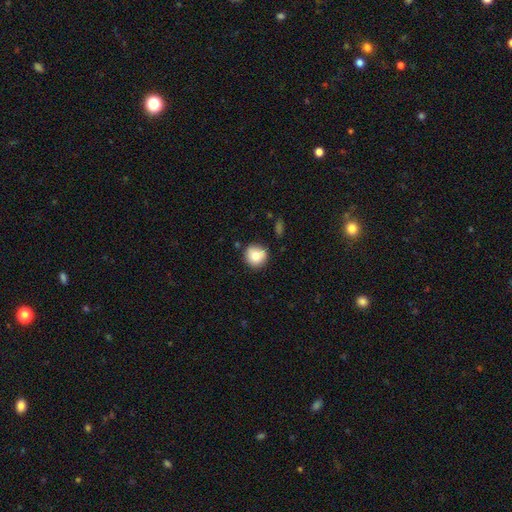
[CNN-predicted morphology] A smooth galaxy with no disk features (80%) that is round (91%).

Vote fractions:
- Smooth or featured? smooth: 80% / featured or disk: 11% / star or artifact: 9%
- How rounded? round: 91% / in between: 8% / cigar-shaped: 1%
- Merging? none: 77% / minor disturbance: 15% / merger: 4% / major disturbance: 3%